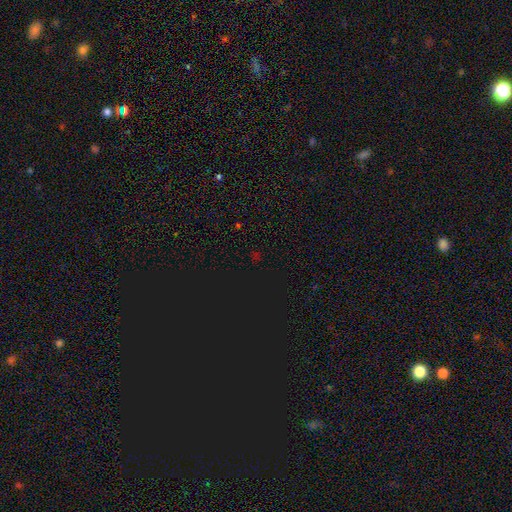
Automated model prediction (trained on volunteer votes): smooth-or-featured: star or artifact: 72% | smooth: 21% | featured or disk: 7%